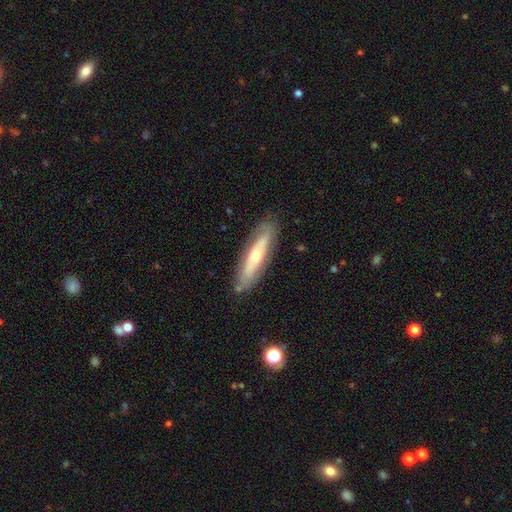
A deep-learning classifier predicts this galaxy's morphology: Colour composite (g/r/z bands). It shows a featured or disk galaxy (55%) viewed edge-on (55%). Merging: none (81%).